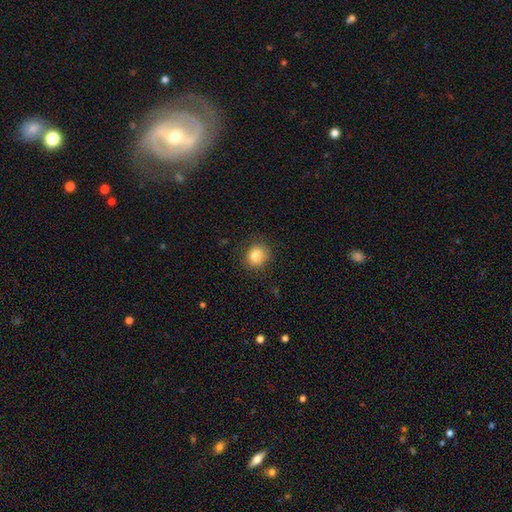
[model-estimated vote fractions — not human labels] Morphology: type=smooth (83%); roundness=round (77%); merging=none (85%).